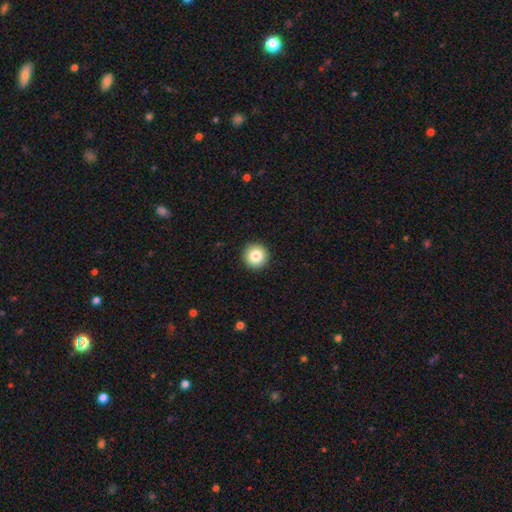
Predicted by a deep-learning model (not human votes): Smooth or featured? Predicted: smooth (p=0.84). How rounded? Predicted: round (p=0.96). Merging? Predicted: none (p=0.93).